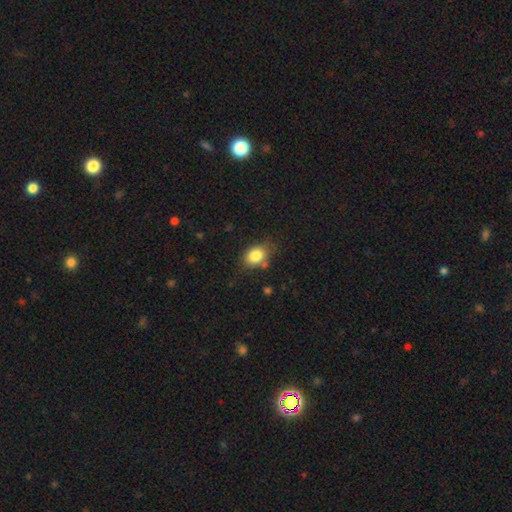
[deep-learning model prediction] Morphology: type=smooth (83%); roundness=in between (67%); merging=none (70%).